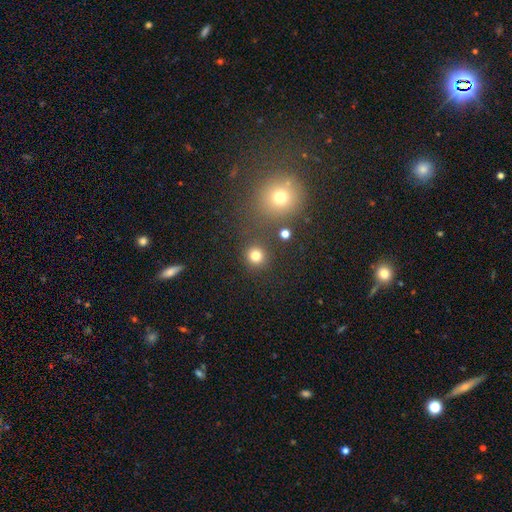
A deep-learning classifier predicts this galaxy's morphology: smooth 79%, star or artifact 16%, featured or disk 5%. Down the decision tree: how rounded — round (91%); merging — none (84%).